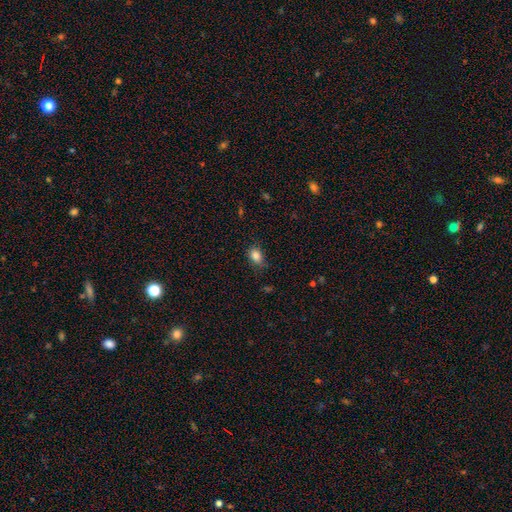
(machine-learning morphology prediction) A smooth galaxy with no disk features (85%) that is in between round and cigar-shaped (73%).

Vote fractions:
- Smooth or featured? smooth: 85% / star or artifact: 10% / featured or disk: 5%
- How rounded? in between: 73% / round: 25% / cigar-shaped: 2%
- Merging? none: 73% / minor disturbance: 21% / major disturbance: 5% / merger: 1%